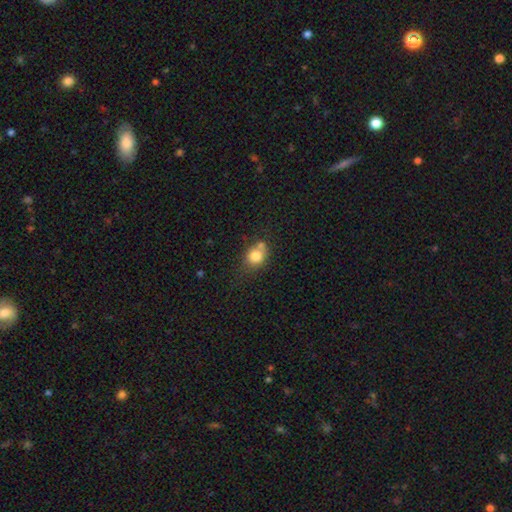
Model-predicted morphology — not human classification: smooth_or_featured: smooth (p=0.79) [alt: featured or disk p=0.11]
how_rounded: round (p=0.61) [alt: in between p=0.38]
merging: none (p=0.47) [alt: merger p=0.28]